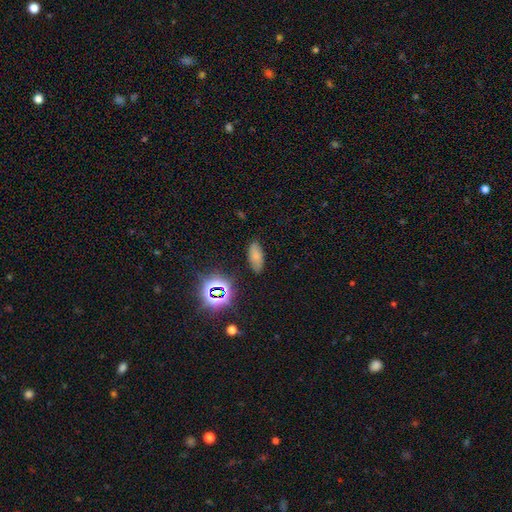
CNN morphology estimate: Smooth or featured? smooth (65%)
How rounded? in between (88%)
Merging? none (81%)